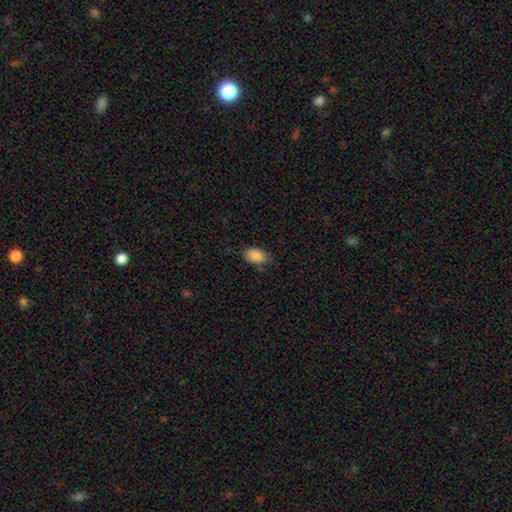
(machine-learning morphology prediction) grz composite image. It shows a smooth galaxy with no disk features (88%) that is in between round and cigar-shaped (92%). Merging: none (68%).